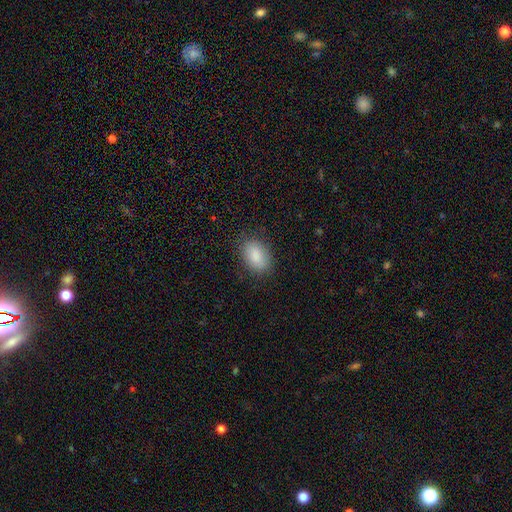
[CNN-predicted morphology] A smooth galaxy with no disk features (87%) that is in between round and cigar-shaped (90%). Merging: none (83%).